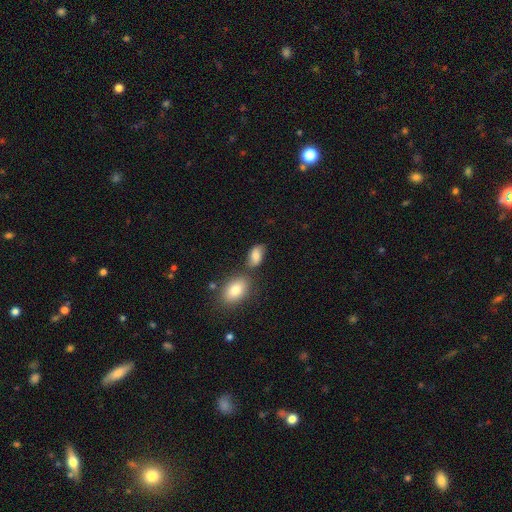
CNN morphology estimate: Smooth or featured?
  - smooth: 76% *
  - featured or disk: 15%
  - star or artifact: 9%
How rounded?
  - in between: 90% *
  - round: 7%
  - cigar-shaped: 3%
Merging?
  - none: 56% *
  - minor disturbance: 20%
  - merger: 18%
  - major disturbance: 6%